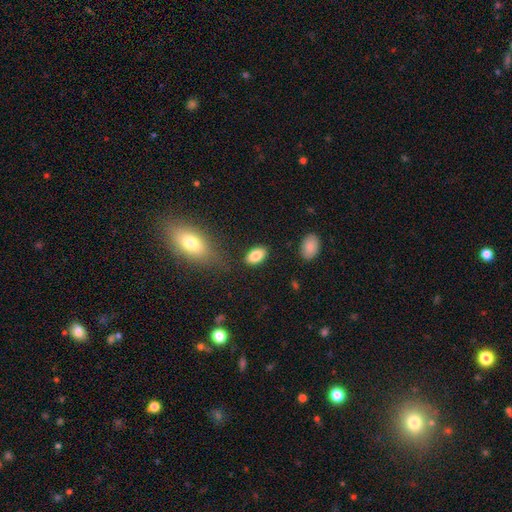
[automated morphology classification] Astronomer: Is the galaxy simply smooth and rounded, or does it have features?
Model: smooth — 85%.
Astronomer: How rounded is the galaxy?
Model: in between — 92%.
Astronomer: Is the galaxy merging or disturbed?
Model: none — 84%.